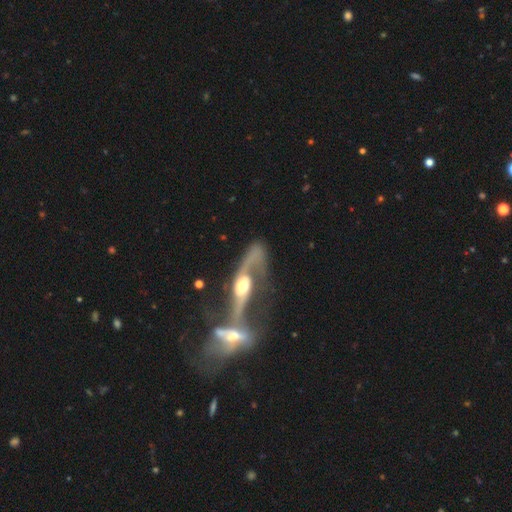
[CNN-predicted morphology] Q: Smooth or featured?
A: featured or disk (72%); runner-up: smooth (20%)
Q: Edge-on disk?
A: no (84%); runner-up: yes (16%)
Q: Bar?
A: no (59%); runner-up: weak (25%)
Q: Spiral arms?
A: yes (78%); runner-up: no (22%)
Q: Bulge size?
A: moderate (58%); runner-up: large (27%)
Q: Merging?
A: major disturbance (34%); runner-up: merger (31%)